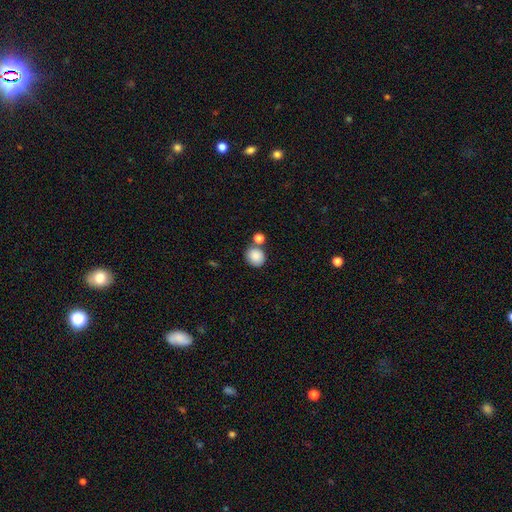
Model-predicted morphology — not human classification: type=smooth (86%); roundness=round (82%); merging=none (68%).